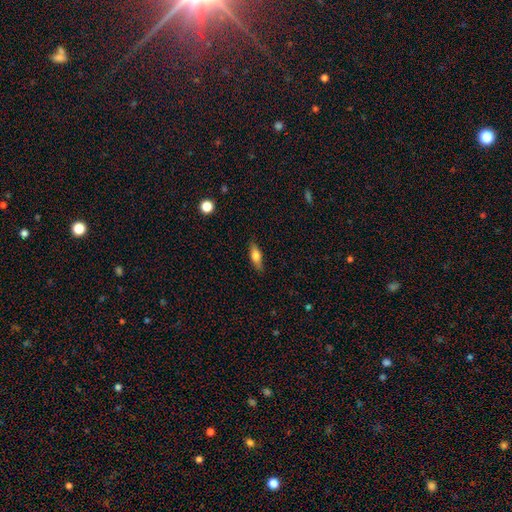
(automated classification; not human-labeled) Smooth or featured? Predicted: smooth (p=0.65). How rounded? Predicted: in between (p=0.56). Merging? Predicted: none (p=0.84).